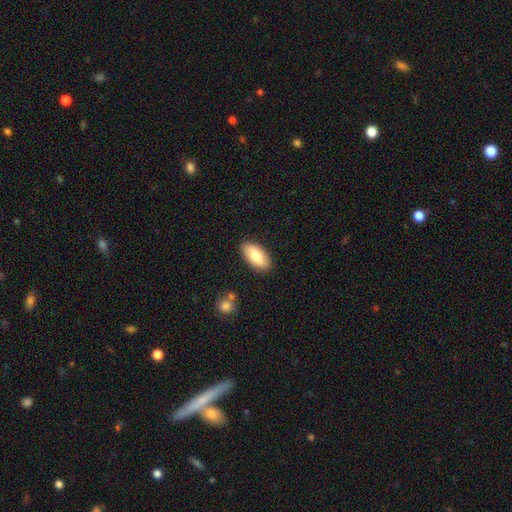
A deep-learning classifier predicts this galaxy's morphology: Smooth or featured: smooth — 77% (featured or disk — 17%)
How rounded: in between — 90% (cigar-shaped — 8%)
Merging: none — 88% (minor disturbance — 9%)